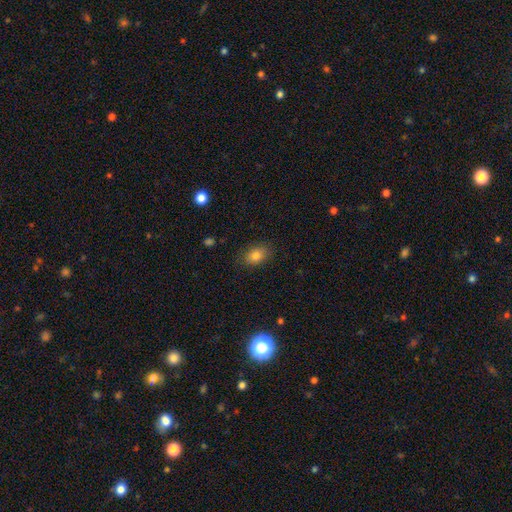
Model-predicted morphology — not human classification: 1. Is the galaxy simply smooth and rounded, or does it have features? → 82% smooth, 10% star or artifact, 8% featured or disk.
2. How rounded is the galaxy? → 80% in between, 18% round, 2% cigar-shaped.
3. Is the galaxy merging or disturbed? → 83% none, 13% minor disturbance, 3% major disturbance, 1% merger.